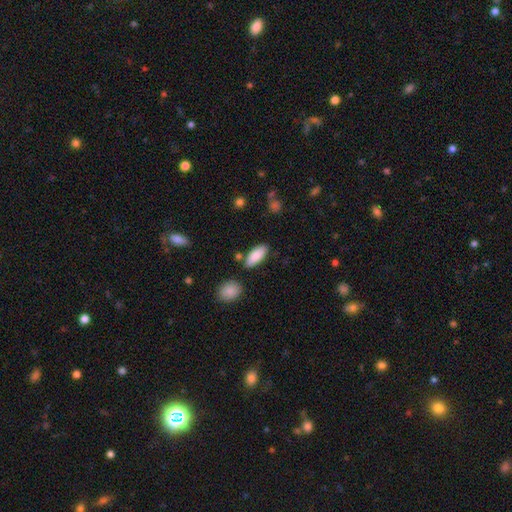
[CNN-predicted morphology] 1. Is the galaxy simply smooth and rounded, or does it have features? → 86% smooth, 8% featured or disk, 6% star or artifact.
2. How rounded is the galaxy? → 83% in between, 15% cigar-shaped, 2% round.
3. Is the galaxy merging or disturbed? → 81% none, 11% minor disturbance, 6% merger, 3% major disturbance.